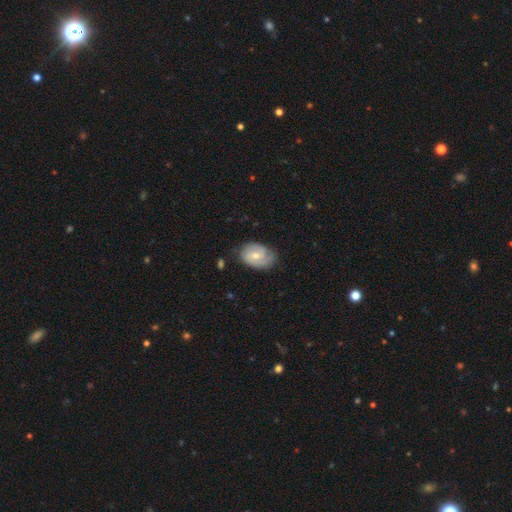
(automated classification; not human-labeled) Smooth or featured? Predicted: featured or disk (p=0.58). Edge-on disk? Predicted: no (p=0.96). Bar? Predicted: no (p=0.55). Spiral arms? Predicted: yes (p=0.87). Bulge size? Predicted: moderate (p=0.52). Merging? Predicted: none (p=0.65).